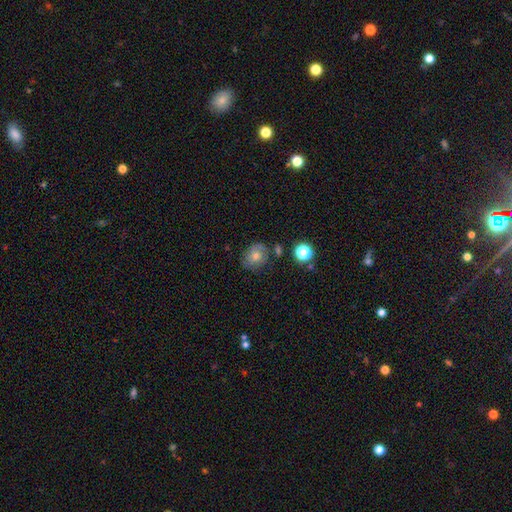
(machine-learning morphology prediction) This is possibly a smooth galaxy (47%). Merging: likely none (70%).